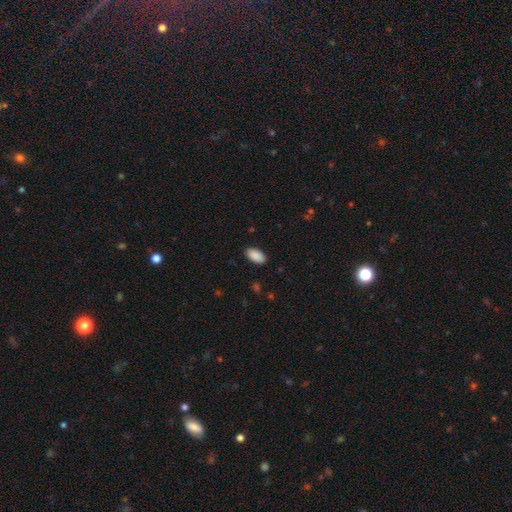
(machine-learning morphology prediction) type=smooth (91%); roundness=in between (95%); merging=none (89%).